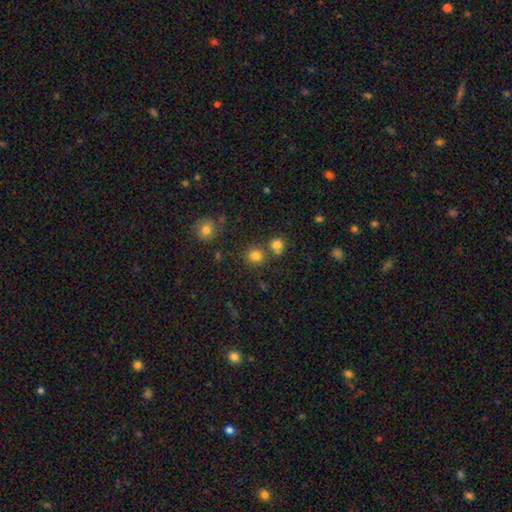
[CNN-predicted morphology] smooth-or-featured: smooth: 79% | star or artifact: 15% | featured or disk: 6%
  how-rounded: round: 87% | in between: 12% | cigar-shaped: 1%
  merging: none: 73% | merger: 15% | minor disturbance: 8% | major disturbance: 3%